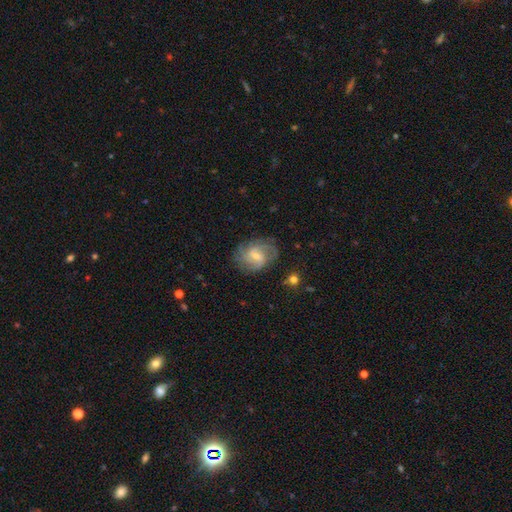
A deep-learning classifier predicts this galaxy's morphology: This appears to be a featured or disk galaxy (77%) with a weak bar (57%), 2 (33%) medium (46%) spiral arms (93%) and a small central bulge (55%). Merging: none (71%).